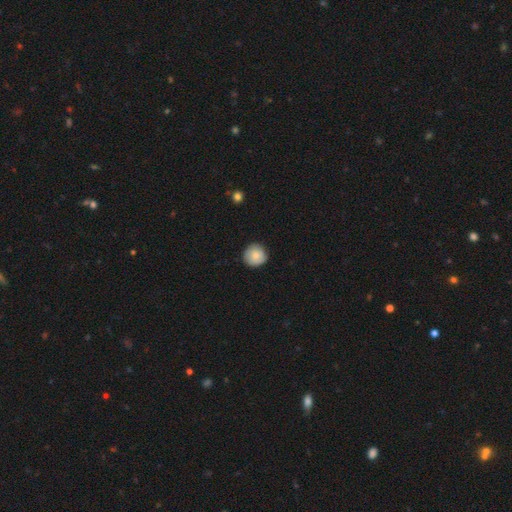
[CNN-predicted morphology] type=smooth (77%); roundness=round (94%); merging=none (85%).